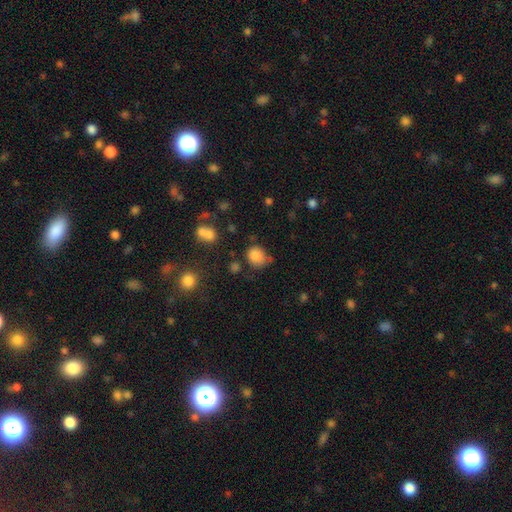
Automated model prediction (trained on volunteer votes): Q: Smooth or featured?
A: smooth (82%); runner-up: star or artifact (12%)
Q: How rounded?
A: round (66%); runner-up: in between (33%)
Q: Merging?
A: none (59%); runner-up: minor disturbance (25%)